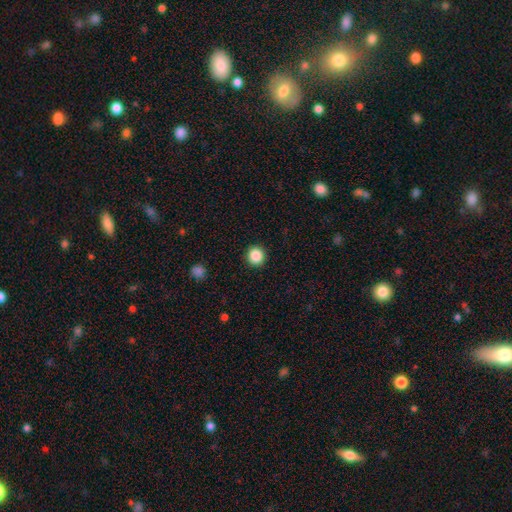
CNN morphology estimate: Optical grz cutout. It shows a smooth galaxy with no disk features (87%) that is round (93%). Merging: none (92%).